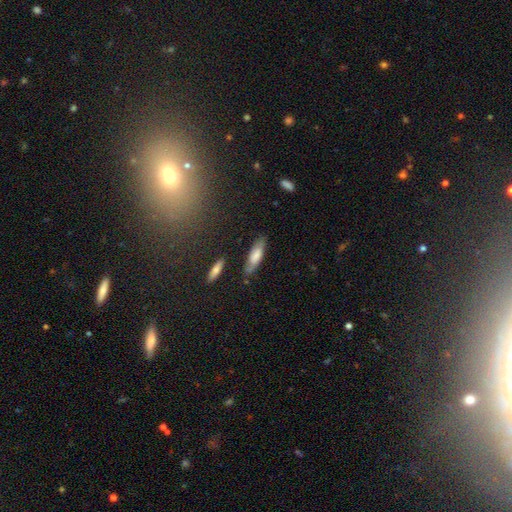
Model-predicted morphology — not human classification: smooth 68%, featured or disk 26%, star or artifact 7%. Down the decision tree: how rounded — cigar-shaped (56%); merging — none (72%).